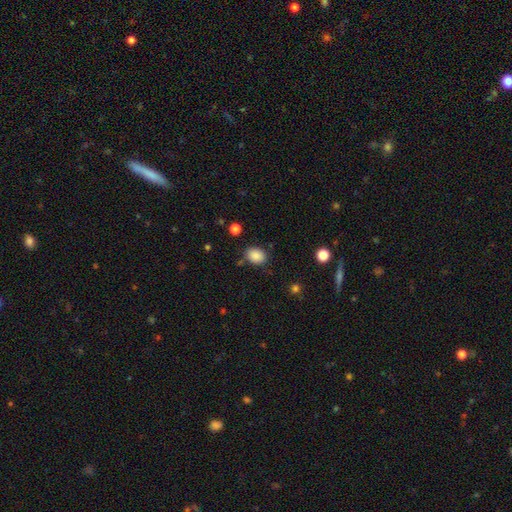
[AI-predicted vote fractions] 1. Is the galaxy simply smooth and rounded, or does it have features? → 87% smooth, 9% star or artifact, 4% featured or disk.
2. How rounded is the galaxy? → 65% in between, 34% round, 1% cigar-shaped.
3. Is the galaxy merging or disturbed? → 80% none, 13% minor disturbance, 4% merger, 4% major disturbance.